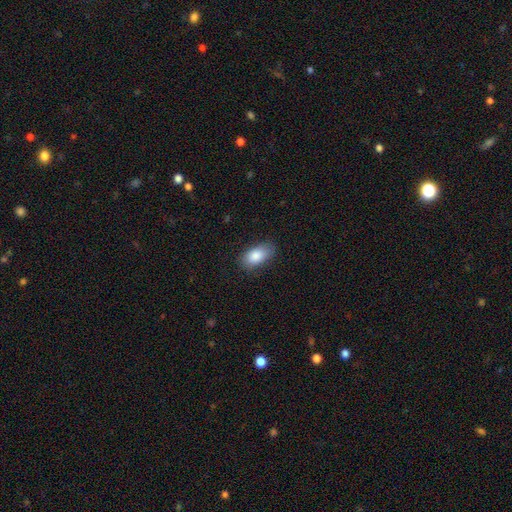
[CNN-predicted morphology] Smooth or featured: smooth — 86% (featured or disk — 8%)
How rounded: in between — 92% (round — 4%)
Merging: none — 77% (minor disturbance — 18%)